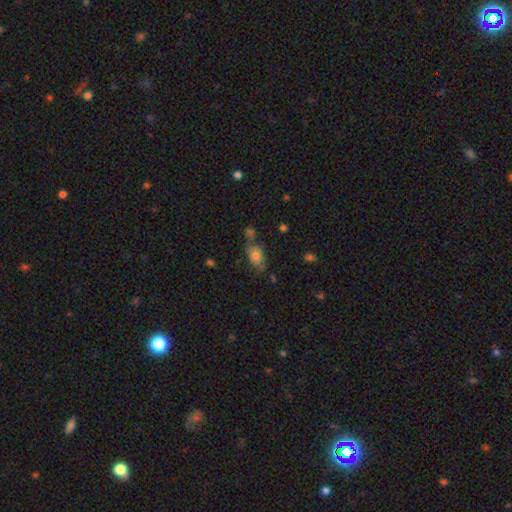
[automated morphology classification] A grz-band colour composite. It shows a smooth galaxy with no disk features (70%) that is in between round and cigar-shaped (86%). Merging: none (52%).